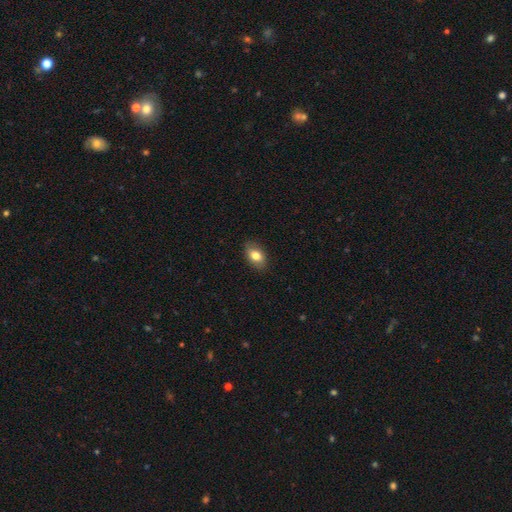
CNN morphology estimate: smooth_or_featured: smooth (p=0.79) [alt: featured or disk p=0.13]
how_rounded: in between (p=0.86) [alt: round p=0.12]
merging: none (p=0.86) [alt: minor disturbance p=0.11]